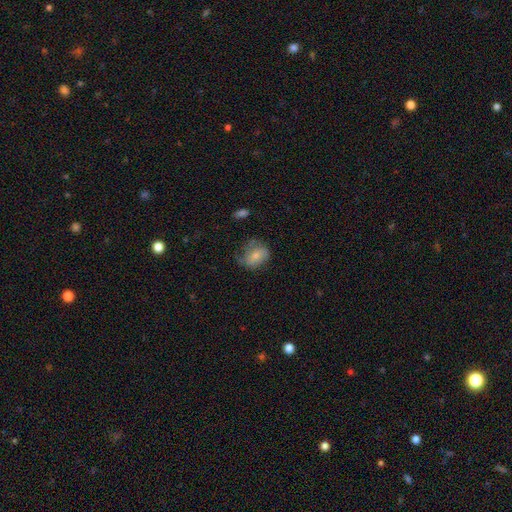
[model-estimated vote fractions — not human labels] Smooth or featured: smooth — 62% (featured or disk — 30%)
How rounded: in between — 50% (round — 49%)
Merging: none — 47% (minor disturbance — 31%)